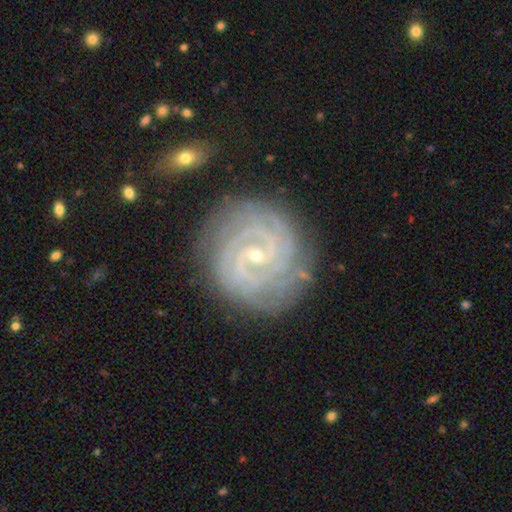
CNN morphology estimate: Q: Smooth or featured?
A: featured or disk (91%); runner-up: star or artifact (5%)
Q: Edge-on disk?
A: no (98%); runner-up: yes (2%)
Q: Bar?
A: weak (42%); runner-up: no (40%)
Q: Spiral arms?
A: yes (99%); runner-up: no (1%)
Q: Spiral winding?
A: tight (85%); runner-up: medium (14%)
Q: Spiral arm count?
A: 2 (37%); runner-up: 3 (21%)
Q: Bulge size?
A: small (80%); runner-up: moderate (17%)
Q: Merging?
A: none (82%); runner-up: minor disturbance (13%)